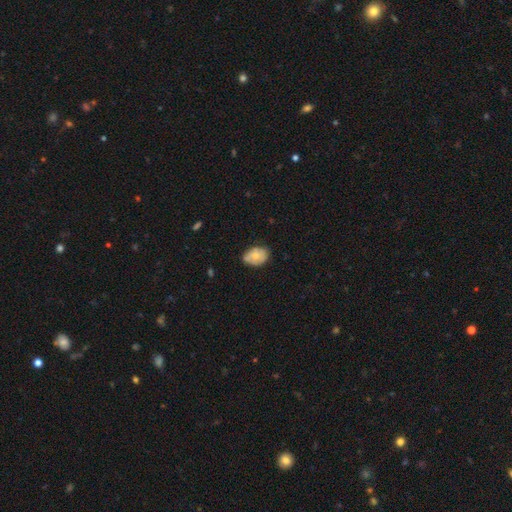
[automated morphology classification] Smooth or featured? Predicted: smooth (p=0.69). How rounded? Predicted: in between (p=0.77). Merging? Predicted: none (p=0.62).